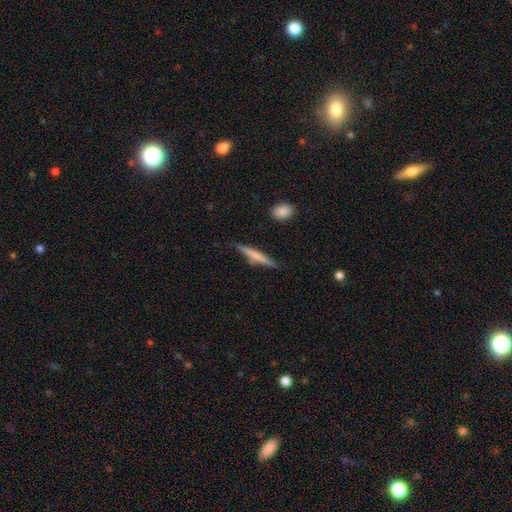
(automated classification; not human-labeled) Smooth or featured? Predicted: smooth (p=0.57). How rounded? Predicted: cigar-shaped (p=0.93). Merging? Predicted: none (p=0.83).